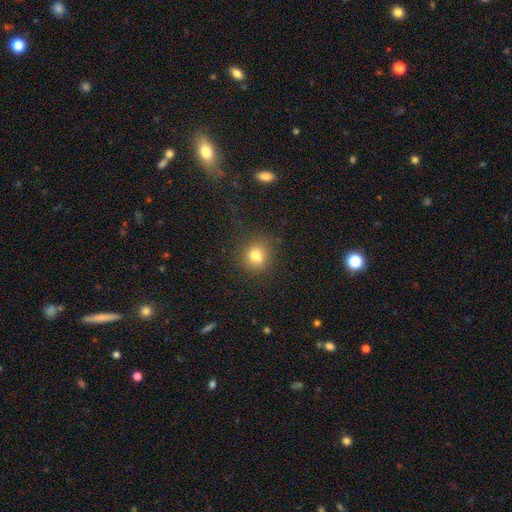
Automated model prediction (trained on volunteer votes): This is likely a smooth galaxy (77%). How rounded: likely round (79%). Merging: likely none (78%).